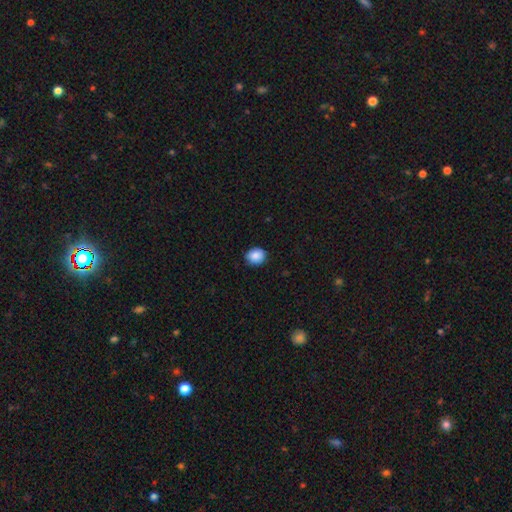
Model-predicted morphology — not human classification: This appears to be a smooth galaxy with no disk features (87%) that is round (70%). Merging: none (85%).